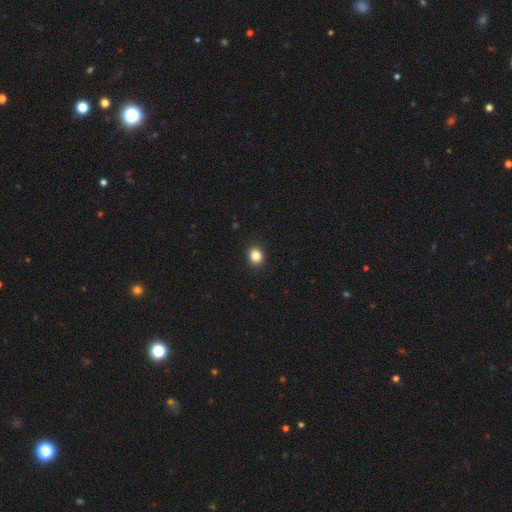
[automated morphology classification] The model was most divided on "how rounded": round: 64%, in between: 35%, cigar-shaped: 1%. More confident: merging — none (92%); smooth or featured — smooth (85%).